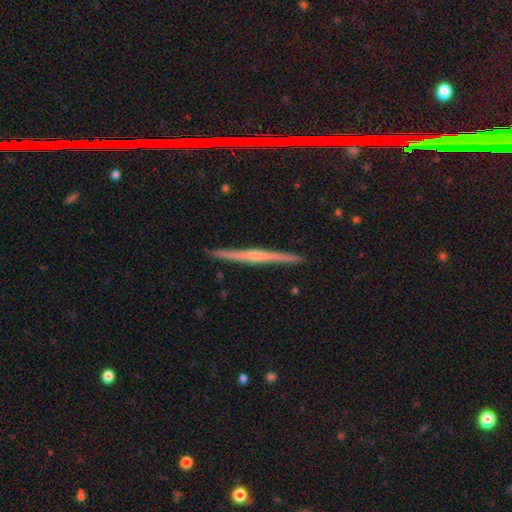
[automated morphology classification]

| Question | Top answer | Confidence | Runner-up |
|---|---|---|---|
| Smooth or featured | featured or disk | 73% | smooth (19%) |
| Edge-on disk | yes | 98% | no (2%) |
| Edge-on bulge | rounded | 64% | none (26%) |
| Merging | none | 91% | minor disturbance (6%) |